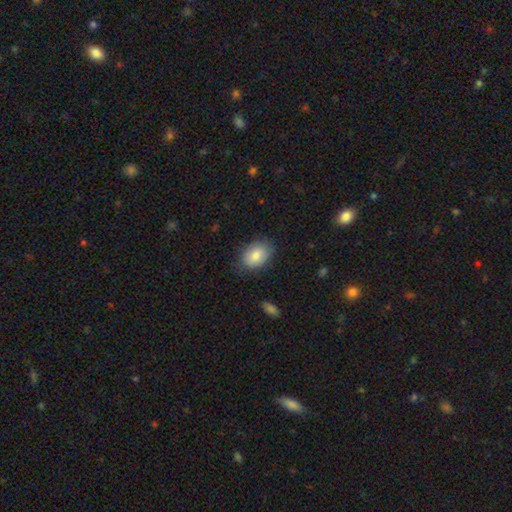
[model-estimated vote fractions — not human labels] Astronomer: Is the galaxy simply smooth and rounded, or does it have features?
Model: smooth — 81%.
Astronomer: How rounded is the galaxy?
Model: in between — 82%.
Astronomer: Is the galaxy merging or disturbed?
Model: none — 81%.